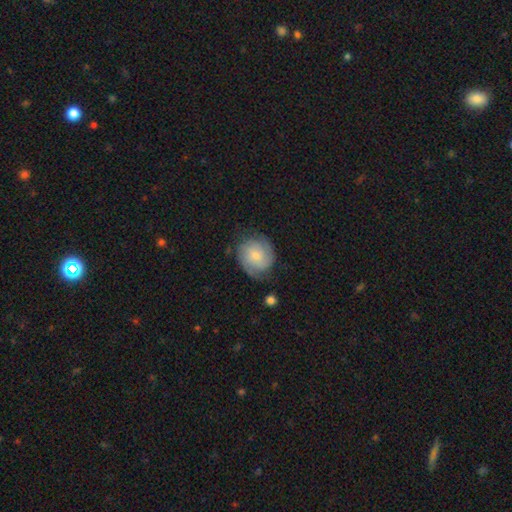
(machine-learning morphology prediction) The model was most divided on "spiral winding": tight: 55%, medium: 33%, loose: 12%. More confident: edge-on disk — no (98%); spiral arms — yes (92%); bar — no (72%); merging — none (72%); bulge size — small (65%); smooth or featured — featured or disk (62%); spiral arm count — 2 (62%).